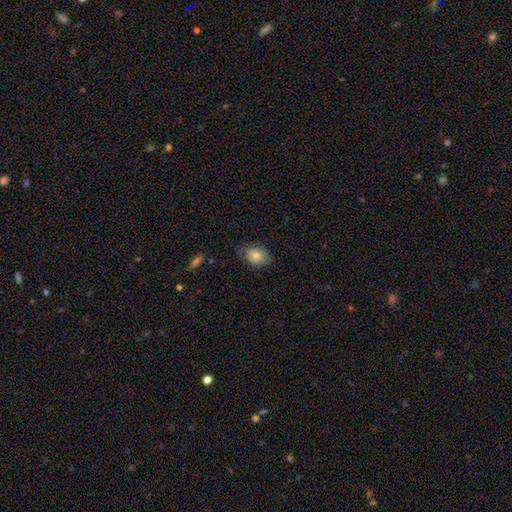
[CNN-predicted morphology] Overall: smooth (78%). How rounded: in between (78%). Merging: none (65%; minor disturbance 26%).